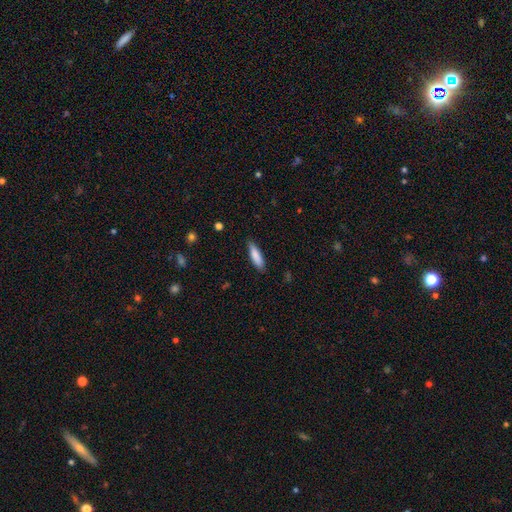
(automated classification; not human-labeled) Morphology: type=smooth (84%); roundness=cigar-shaped (64%); merging=none (85%).